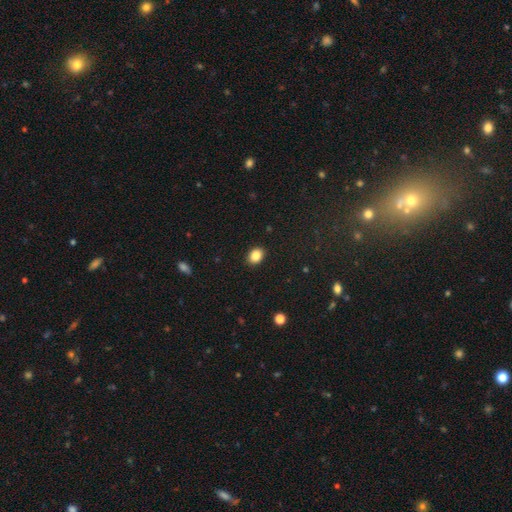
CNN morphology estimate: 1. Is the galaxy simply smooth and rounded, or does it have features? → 86% smooth, 9% star or artifact, 4% featured or disk.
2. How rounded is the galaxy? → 59% in between, 40% round, 1% cigar-shaped.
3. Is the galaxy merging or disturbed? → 90% none, 7% minor disturbance, 2% major disturbance, 1% merger.